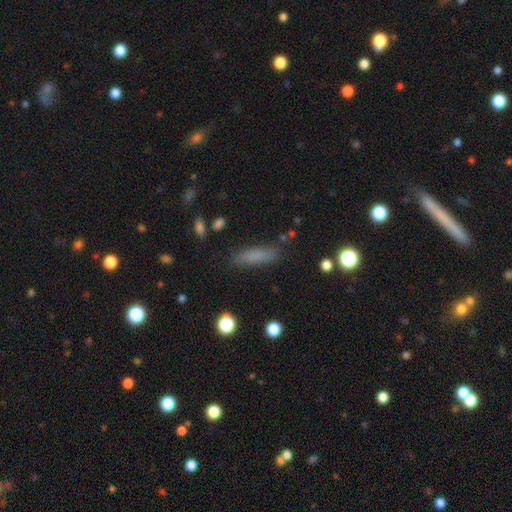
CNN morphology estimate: This appears to be a smooth galaxy with no disk features (79%) that is cigar-shaped (66%). Merging: none (82%).